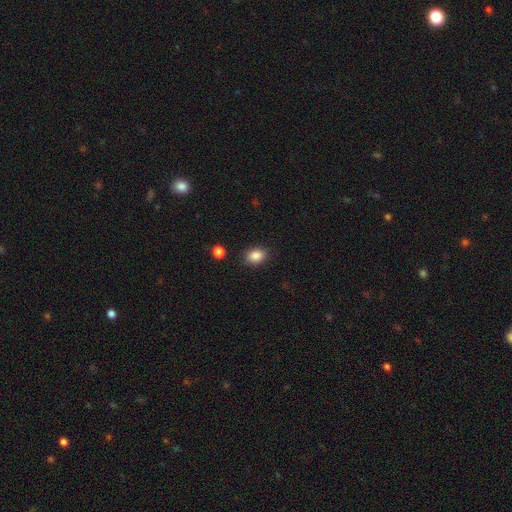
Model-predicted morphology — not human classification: A smooth galaxy with no disk features (86%) that is in between round and cigar-shaped (68%).

Vote fractions:
- Smooth or featured? smooth: 86% / star or artifact: 9% / featured or disk: 4%
- How rounded? in between: 68% / round: 30% / cigar-shaped: 1%
- Merging? none: 85% / minor disturbance: 11% / major disturbance: 3% / merger: 2%